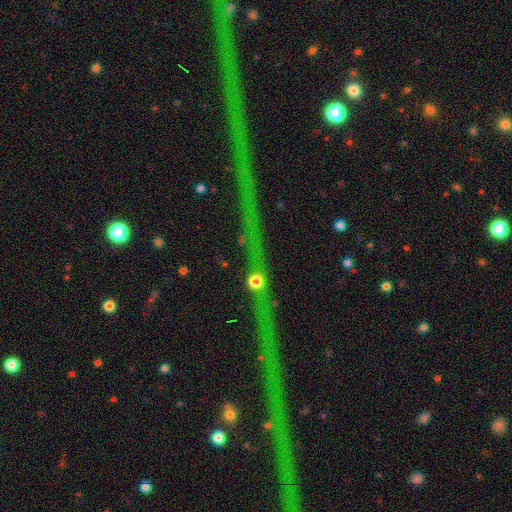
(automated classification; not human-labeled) Smooth or featured: star or artifact — 69% (featured or disk — 19%)